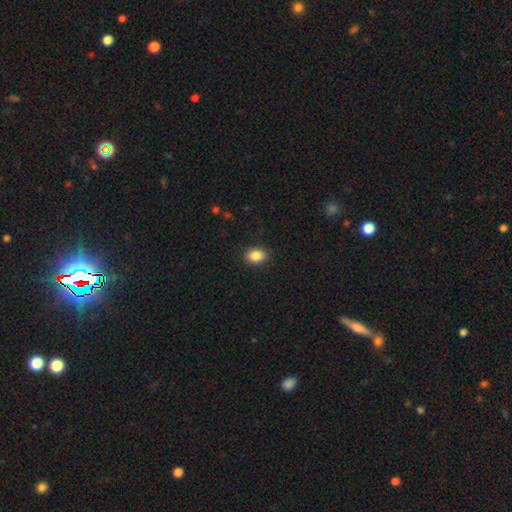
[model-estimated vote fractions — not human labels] Smooth or featured: smooth — 87% (star or artifact — 9%)
How rounded: in between — 71% (round — 28%)
Merging: none — 90% (minor disturbance — 7%)